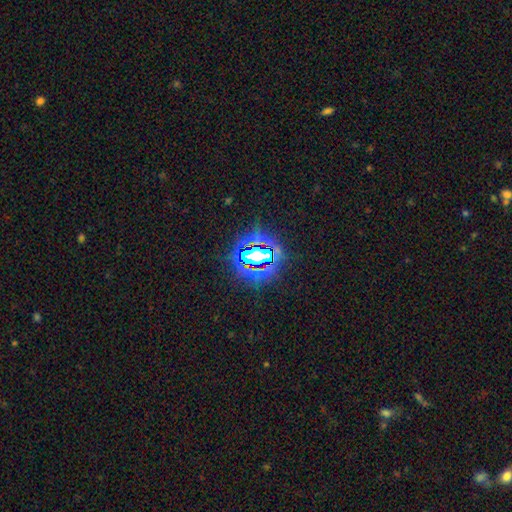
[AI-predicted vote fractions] A star or artifact, not a galaxy (69%).

Vote fractions:
- Smooth or featured? star or artifact: 69% / smooth: 19% / featured or disk: 12%